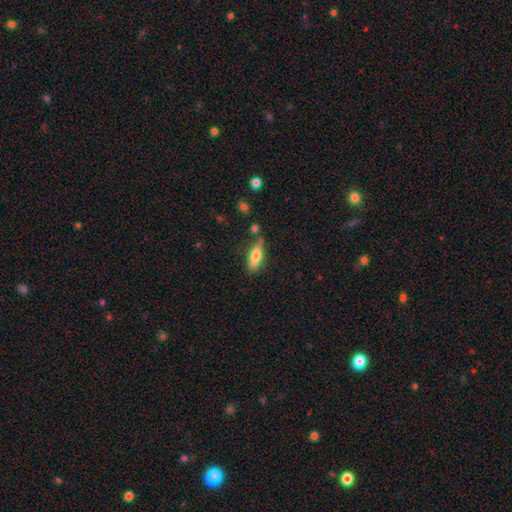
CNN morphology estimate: Smooth or featured?
  - smooth: 72% *
  - featured or disk: 21%
  - star or artifact: 7%
How rounded?
  - in between: 60% *
  - cigar-shaped: 38%
  - round: 2%
Merging?
  - none: 70% *
  - minor disturbance: 18%
  - merger: 8%
  - major disturbance: 4%